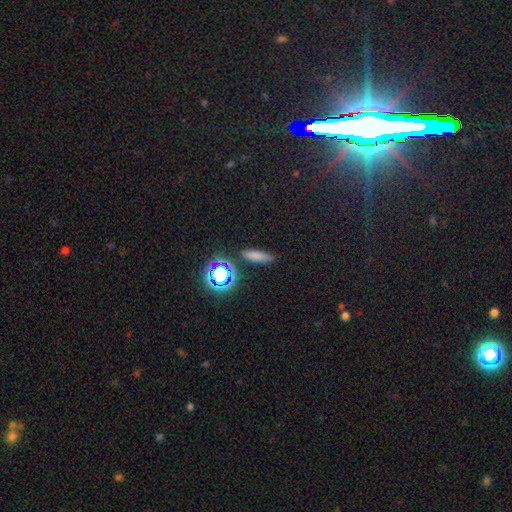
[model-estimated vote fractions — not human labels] This appears to be a smooth galaxy with no disk features (70%) that is cigar-shaped (68%). Merging: none (85%).